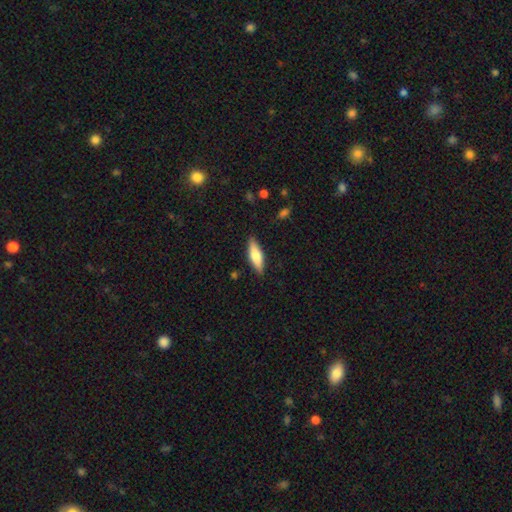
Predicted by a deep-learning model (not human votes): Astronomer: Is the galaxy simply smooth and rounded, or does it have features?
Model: smooth — 66%.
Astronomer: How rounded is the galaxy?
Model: cigar-shaped — 50% (runner-up: in between, 48%).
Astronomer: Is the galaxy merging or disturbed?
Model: none — 87%.